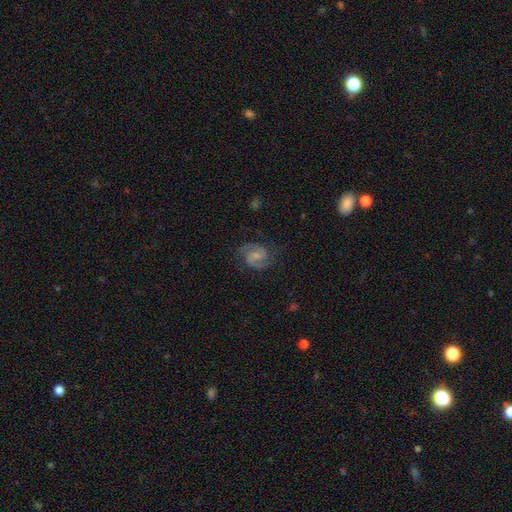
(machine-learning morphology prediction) Smooth or featured: featured or disk — 85% (smooth — 9%)
Edge-on disk: no — 98% (yes — 2%)
Bar: no — 46% (weak — 44%)
Spiral arms: yes — 97% (no — 3%)
Spiral winding: medium — 56% (tight — 30%)
Spiral arm count: 2 — 92% (can't tell — 3%)
Bulge size: small — 56% (moderate — 27%)
Merging: none — 78% (minor disturbance — 15%)